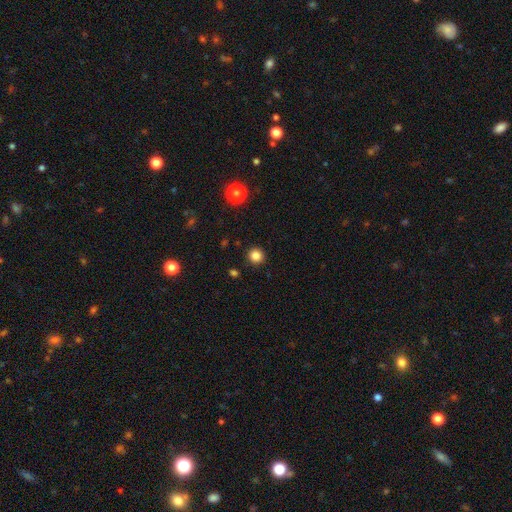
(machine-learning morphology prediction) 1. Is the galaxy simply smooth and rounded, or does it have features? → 84% smooth, 12% star or artifact, 4% featured or disk.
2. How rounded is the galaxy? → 95% round, 4% in between, 1% cigar-shaped.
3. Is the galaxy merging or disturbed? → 92% none, 5% minor disturbance, 2% major disturbance, 1% merger.